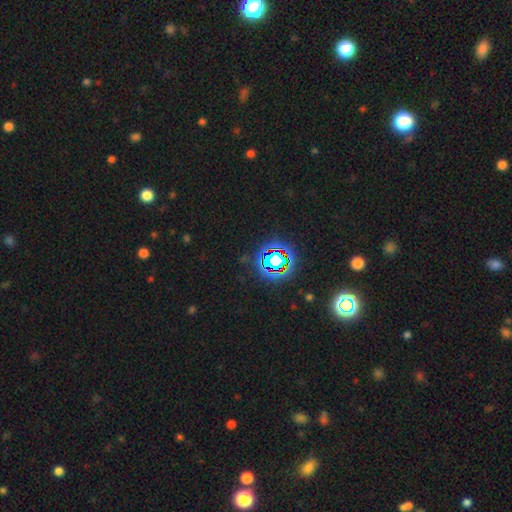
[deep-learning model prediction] A star or artifact, not a galaxy (79%).